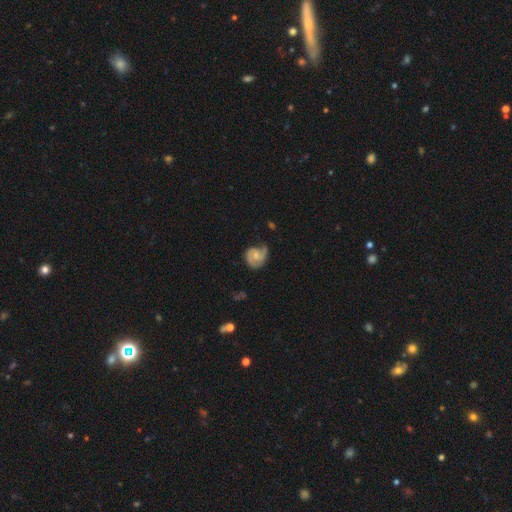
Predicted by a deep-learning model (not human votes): smooth-or-featured: featured or disk: 72% | smooth: 22% | star or artifact: 6%
  disk-edge-on: no: 98% | yes: 2%
    bar: no: 62% | weak: 32% | strong: 5%
    has-spiral-arms: yes: 93% | no: 7%
      spiral-winding: medium: 43% | tight: 38% | loose: 19%
      spiral-arm-count: 2: 68% | 1: 13% | can't tell: 10% | 3: 6% | 4: 1% | more than 4: 1%
    bulge-size: small: 53% | moderate: 36% | none: 8% | large: 2% | dominant: 1%
  merging: none: 54% | minor disturbance: 29% | major disturbance: 14% | merger: 2%